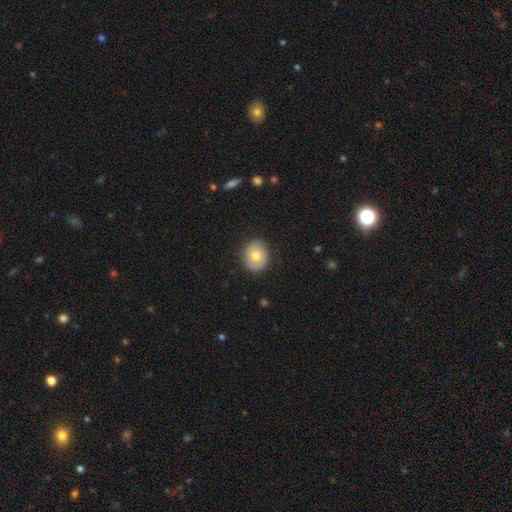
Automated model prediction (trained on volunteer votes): Overall: smooth (68%). How rounded: round (68%; in between 31%). Merging: none (86%).